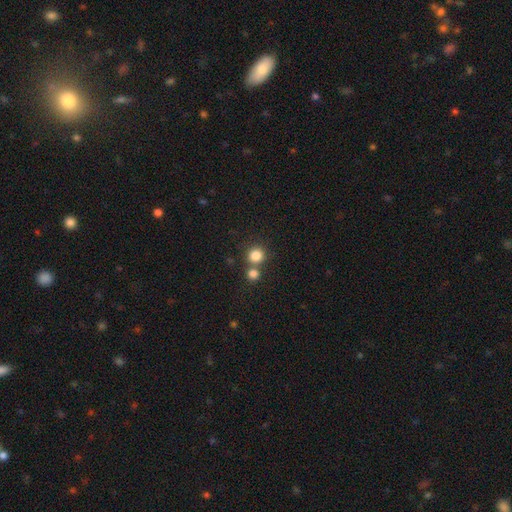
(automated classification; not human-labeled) smooth_or_featured: smooth (p=0.82) [alt: star or artifact p=0.12]
how_rounded: round (p=0.91) [alt: in between p=0.08]
merging: none (p=0.64) [alt: merger p=0.27]